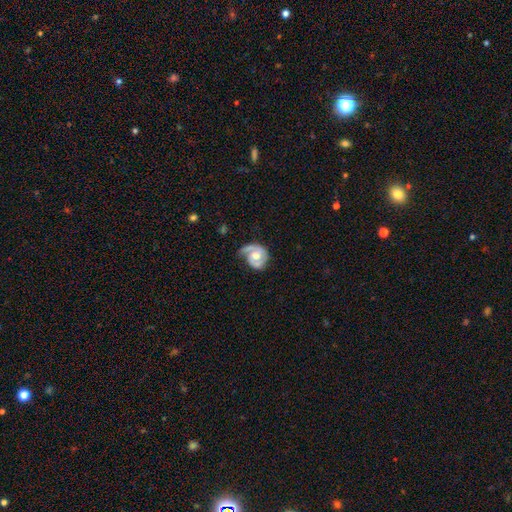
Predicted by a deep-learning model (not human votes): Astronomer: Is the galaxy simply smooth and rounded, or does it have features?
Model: featured or disk — 76%.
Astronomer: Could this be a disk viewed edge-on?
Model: no — 98%.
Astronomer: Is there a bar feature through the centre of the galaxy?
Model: no — 73%.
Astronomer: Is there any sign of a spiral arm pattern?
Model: yes — 90%.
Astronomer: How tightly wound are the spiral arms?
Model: tight — 45% (runner-up: medium, 37%).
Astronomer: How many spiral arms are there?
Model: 2 — 48% (runner-up: 1, 40%).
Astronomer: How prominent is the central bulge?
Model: moderate — 73%.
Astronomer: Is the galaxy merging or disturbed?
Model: none — 47% (runner-up: minor disturbance, 30%).